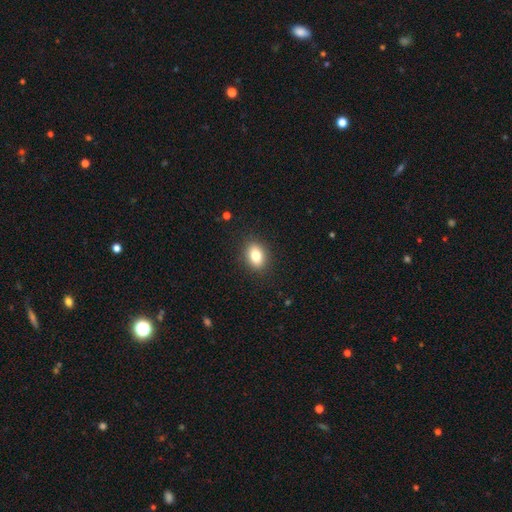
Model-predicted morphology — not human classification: The model was most divided on "how rounded": in between: 75%, round: 24%, cigar-shaped: 2%. More confident: merging — none (89%); smooth or featured — smooth (81%).